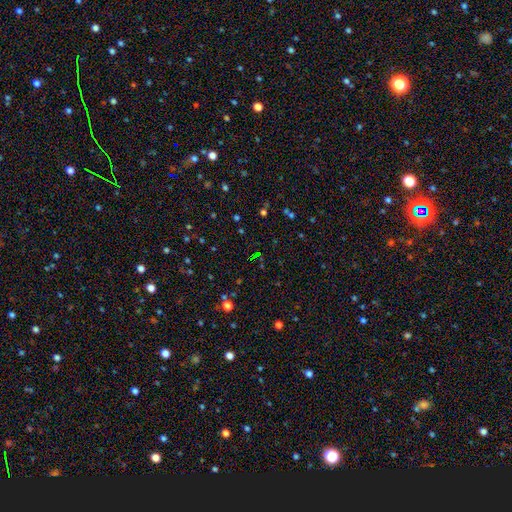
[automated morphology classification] A star or artifact, not a galaxy (67%).

Vote fractions:
- Smooth or featured? star or artifact: 67% / smooth: 22% / featured or disk: 11%